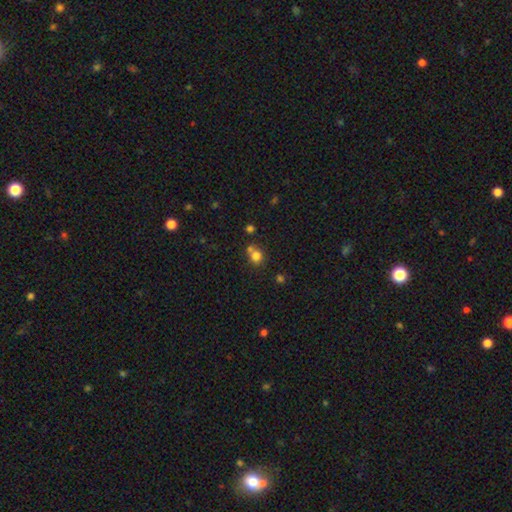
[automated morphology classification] A smooth galaxy with no disk features (78%) that is round (80%). Merging: none (50%).